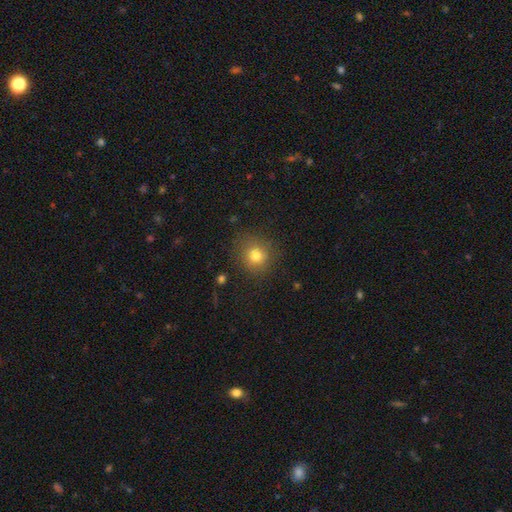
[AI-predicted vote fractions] smooth 77%, star or artifact 14%, featured or disk 9%. Down the decision tree: how rounded — round (87%); merging — none (83%).